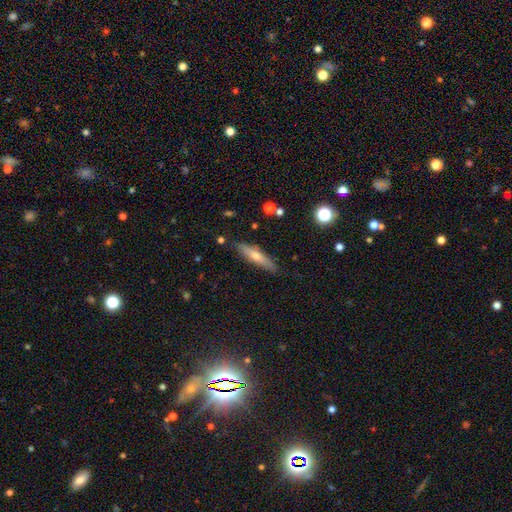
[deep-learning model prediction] Q: Smooth or featured?
A: smooth (47%); runner-up: featured or disk (45%)
Q: Merging?
A: none (87%); runner-up: minor disturbance (10%)